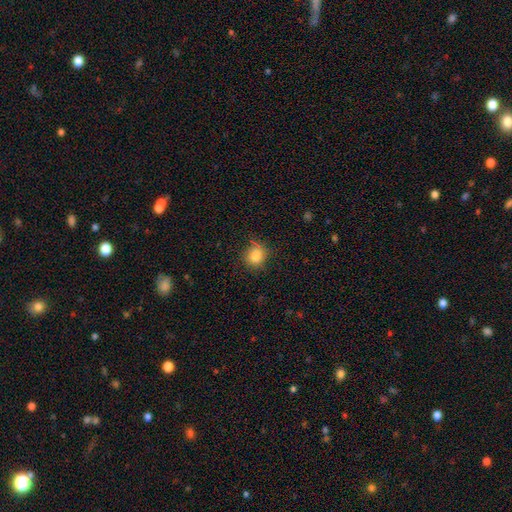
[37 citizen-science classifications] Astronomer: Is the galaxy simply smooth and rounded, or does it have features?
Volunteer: smooth — 84%.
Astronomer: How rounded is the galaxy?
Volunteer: round — 87%.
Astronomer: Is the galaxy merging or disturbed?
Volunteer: none — 91%.